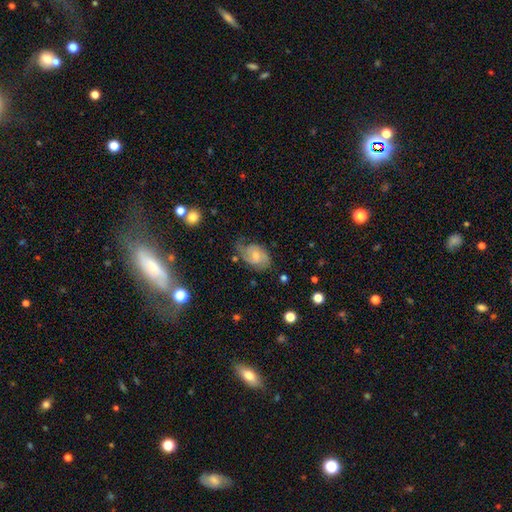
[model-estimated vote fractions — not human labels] A featured or disk galaxy (62%) with no bar (58%), 2 (65%) medium (45%) spiral arms (88%) and a small central bulge (57%). Merging: none (54%).